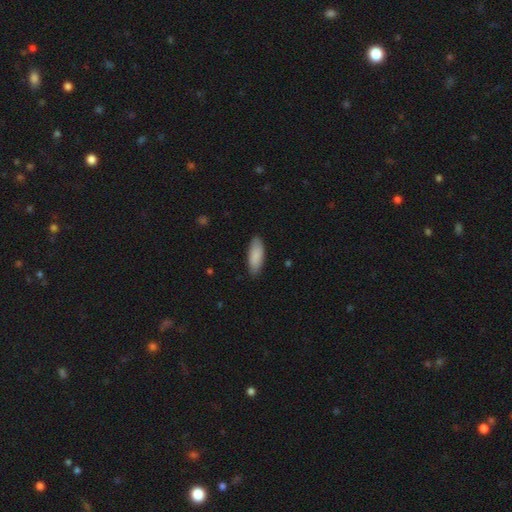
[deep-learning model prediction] Morphology: type=smooth (88%); roundness=in between (72%); merging=none (86%).